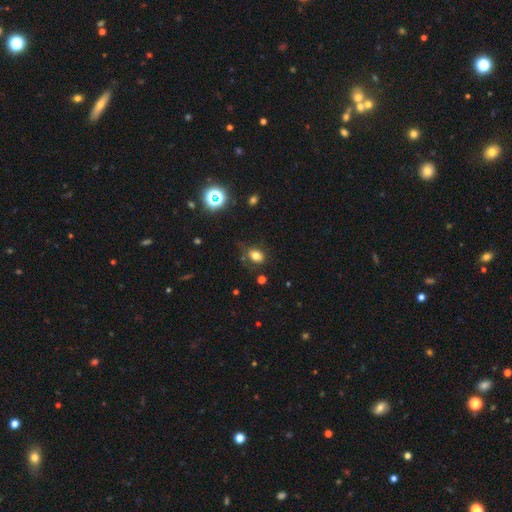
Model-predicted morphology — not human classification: Smooth or featured?
  - smooth: 75% *
  - star or artifact: 15%
  - featured or disk: 10%
How rounded?
  - in between: 71% *
  - round: 28%
  - cigar-shaped: 1%
Merging?
  - none: 68% *
  - minor disturbance: 21%
  - major disturbance: 8%
  - merger: 4%